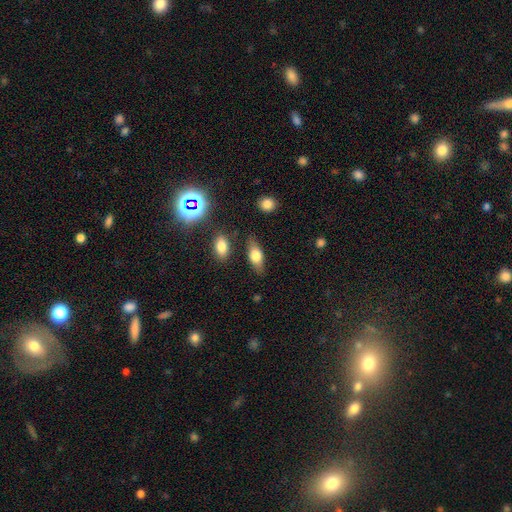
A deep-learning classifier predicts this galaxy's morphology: Smooth or featured: smooth — 64% (featured or disk — 26%)
How rounded: in between — 77% (cigar-shaped — 17%)
Merging: none — 79% (minor disturbance — 14%)